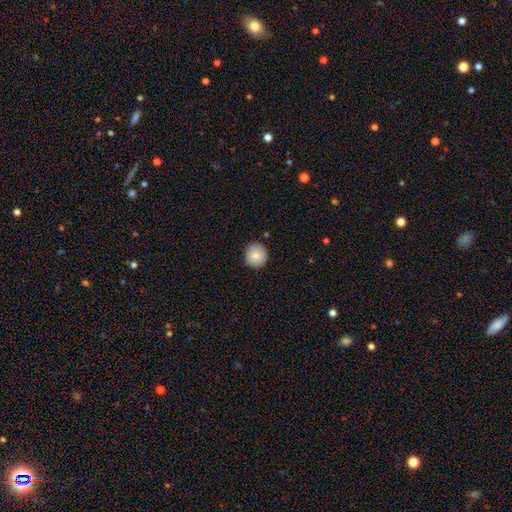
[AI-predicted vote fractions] Overall: smooth (83%). How rounded: round (92%). Merging: none (90%).